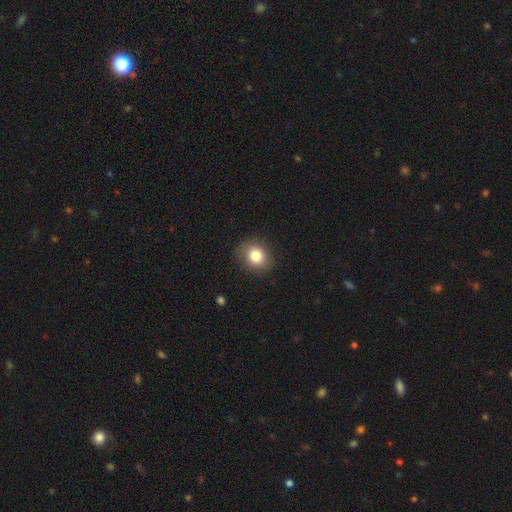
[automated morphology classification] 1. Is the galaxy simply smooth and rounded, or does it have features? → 81% smooth, 10% star or artifact, 9% featured or disk.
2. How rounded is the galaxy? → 72% round, 27% in between, 1% cigar-shaped.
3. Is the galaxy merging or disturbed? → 84% none, 12% minor disturbance, 3% major disturbance, 1% merger.